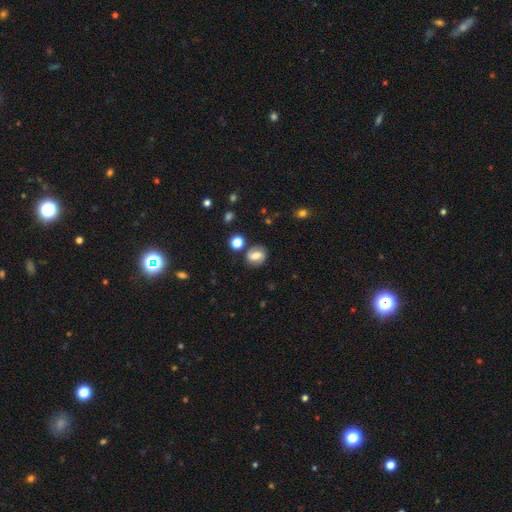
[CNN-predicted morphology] type=smooth (47%); merging=none (76%).